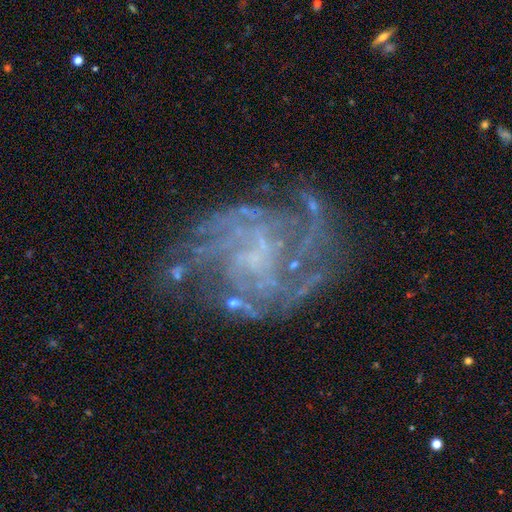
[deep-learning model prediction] smooth_or_featured: featured or disk (p=0.85) [alt: star or artifact p=0.09]
disk_edge_on: no (p=0.98) [alt: yes p=0.02]
bar: no (p=0.58) [alt: weak p=0.34]
has_spiral_arms: yes (p=0.91) [alt: no p=0.09]
spiral_winding: medium (p=0.42) [tied with: tight p=0.42]
spiral_arm_count: can't tell (p=0.32) [alt: 3 p=0.19]
bulge_size: none (p=0.51) [alt: small p=0.35]
merging: none (p=0.62) [alt: major disturbance p=0.18]